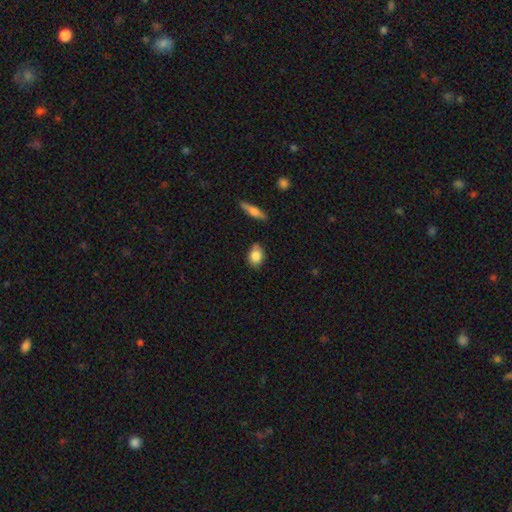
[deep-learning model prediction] A smooth galaxy with no disk features (84%) that is in between round and cigar-shaped (64%). Merging: none (75%).